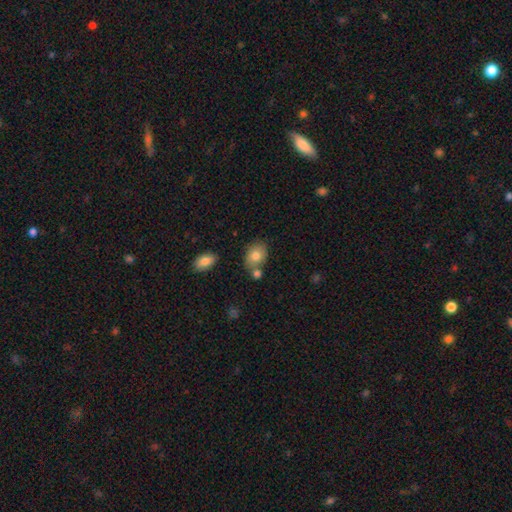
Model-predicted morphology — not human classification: This is likely a smooth galaxy (79%). How rounded: likely in between (64%). Merging: likely none (63%).